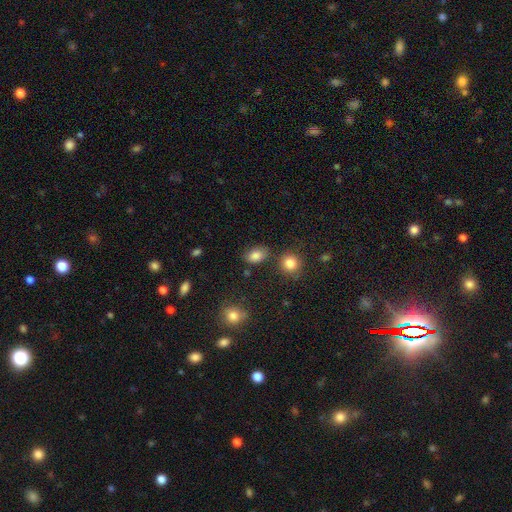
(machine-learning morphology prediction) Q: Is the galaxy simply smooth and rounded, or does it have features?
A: smooth — 84%.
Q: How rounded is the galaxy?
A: in between — 78%.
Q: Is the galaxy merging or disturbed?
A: none — 77%.